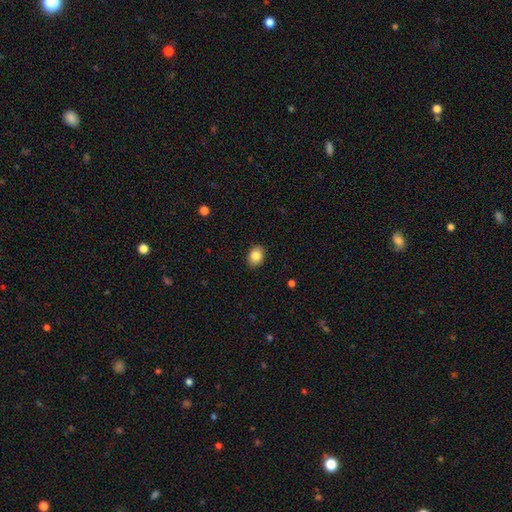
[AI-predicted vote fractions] This appears to be a smooth galaxy with no disk features (85%) that is in between round and cigar-shaped (59%). Merging: none (89%).